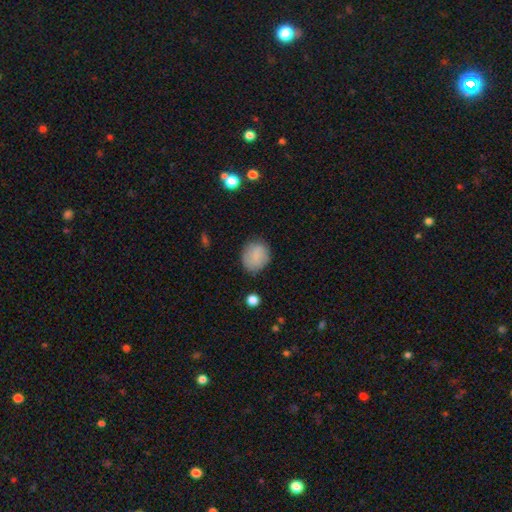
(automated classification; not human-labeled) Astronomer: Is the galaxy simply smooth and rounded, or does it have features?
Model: smooth — 82%.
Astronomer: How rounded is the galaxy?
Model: round — 70%.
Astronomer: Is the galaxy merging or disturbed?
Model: none — 78%.